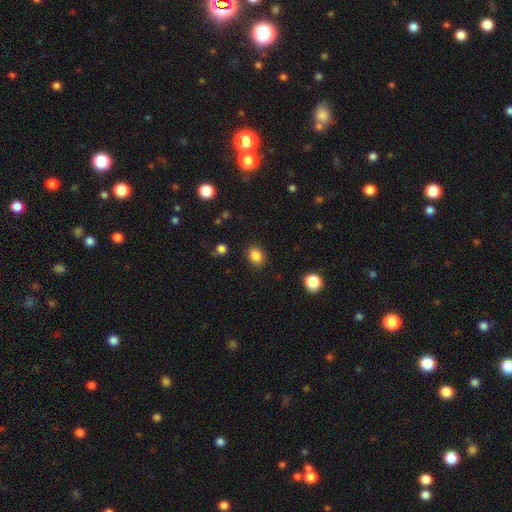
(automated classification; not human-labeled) A smooth galaxy with no disk features (86%) that is round (55%). Merging: none (86%).